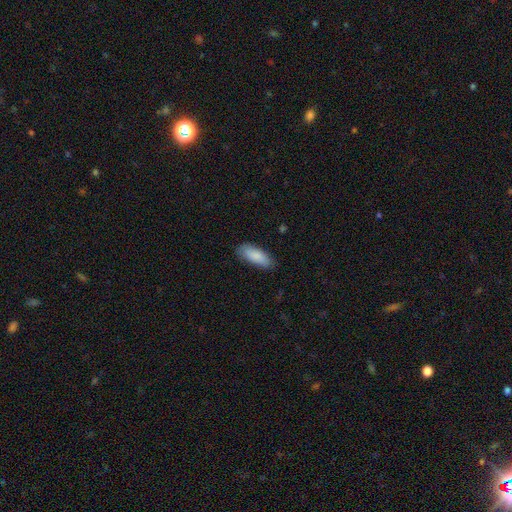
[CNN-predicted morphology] Smooth or featured? Predicted: smooth (p=0.87). How rounded? Predicted: in between (p=0.74). Merging? Predicted: none (p=0.81).